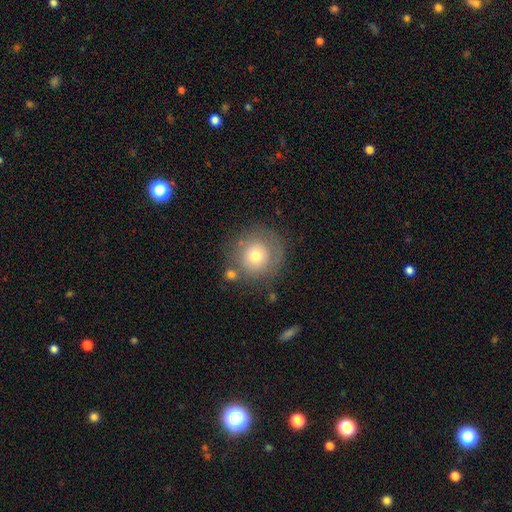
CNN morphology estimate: The model was most divided on "smooth or featured": smooth: 68%, featured or disk: 22%, star or artifact: 10%. More confident: how rounded — round (94%); merging — none (74%).